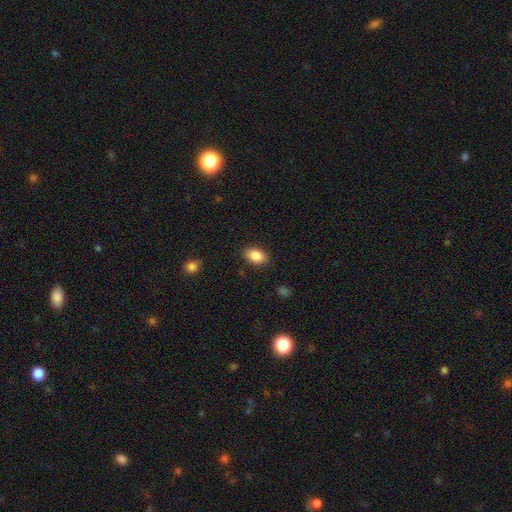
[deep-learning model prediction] The model was most divided on "how rounded": in between: 85%, round: 14%, cigar-shaped: 1%. More confident: smooth or featured — smooth (87%); merging — none (86%).